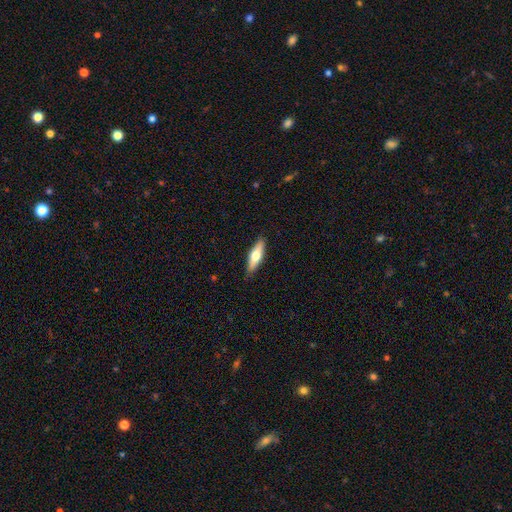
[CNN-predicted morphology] Smooth or featured: smooth — 49% (featured or disk — 46%)
Merging: none — 89% (minor disturbance — 9%)